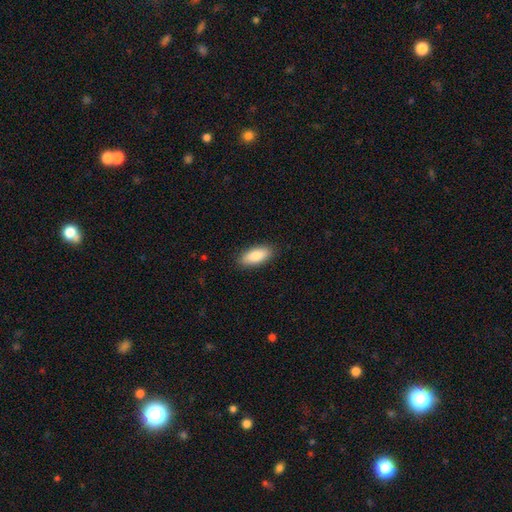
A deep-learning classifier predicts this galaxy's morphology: Smooth or featured: smooth — 83% (featured or disk — 11%)
How rounded: in between — 82% (cigar-shaped — 16%)
Merging: none — 89% (minor disturbance — 8%)